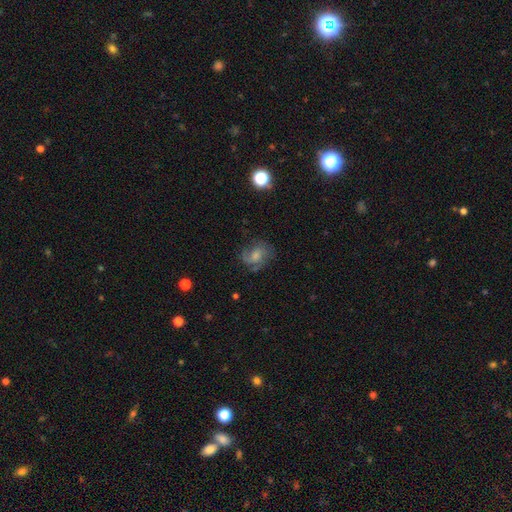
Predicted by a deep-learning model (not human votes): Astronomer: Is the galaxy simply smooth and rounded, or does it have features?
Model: featured or disk — 54% (runner-up: smooth, 36%).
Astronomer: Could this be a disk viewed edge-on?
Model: no — 97%.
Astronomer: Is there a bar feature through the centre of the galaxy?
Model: no — 65%.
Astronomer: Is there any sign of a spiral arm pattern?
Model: yes — 82%.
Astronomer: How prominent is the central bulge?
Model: moderate — 42% (runner-up: small, 38%).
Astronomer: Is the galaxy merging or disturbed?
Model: none — 57%.